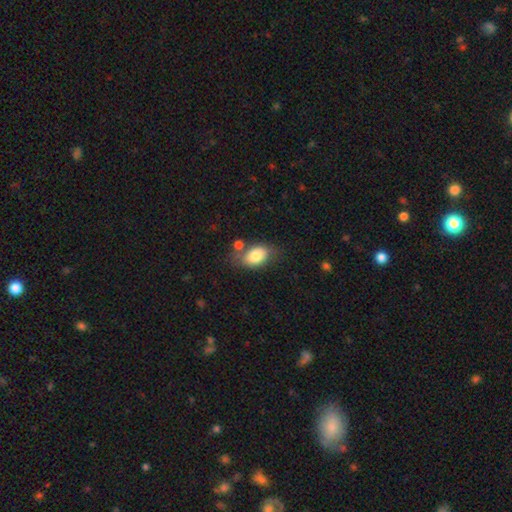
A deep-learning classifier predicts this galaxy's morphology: A smooth galaxy with no disk features (80%) that is in between round and cigar-shaped (87%). Merging: none (59%).